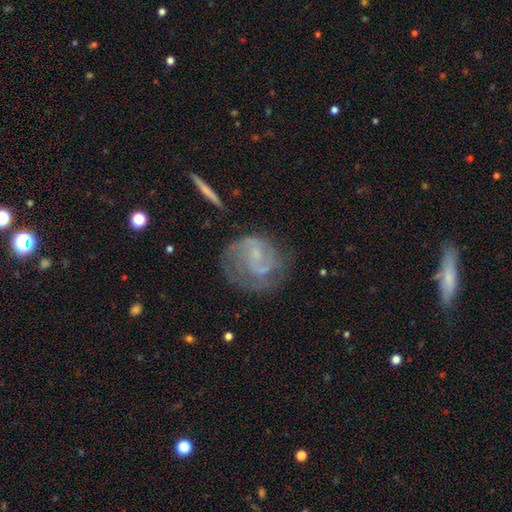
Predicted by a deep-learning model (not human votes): Smooth or featured? featured or disk (73%)
Edge-on disk? no (97%)
Bar? no (54%)
Spiral arms? yes (85%)
Spiral winding? tight (42%)
Spiral arm count? 2 (49%)
Bulge size? small (56%)
Merging? none (58%)